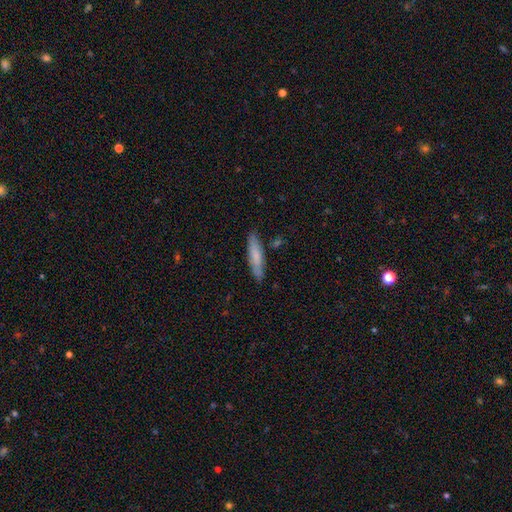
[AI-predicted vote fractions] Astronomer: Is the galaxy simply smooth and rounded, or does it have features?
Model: smooth — 72%.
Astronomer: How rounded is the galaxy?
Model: cigar-shaped — 81%.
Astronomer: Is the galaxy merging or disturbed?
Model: none — 82%.